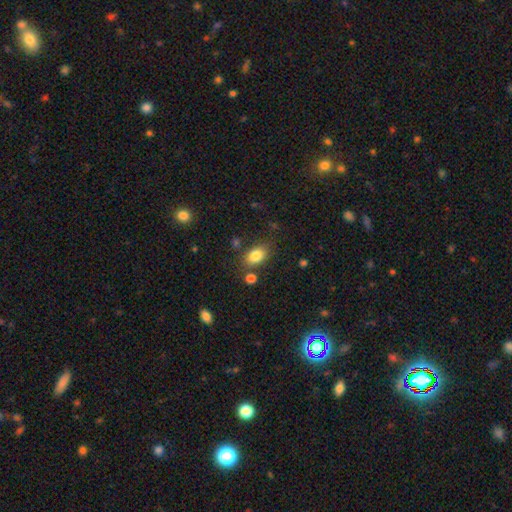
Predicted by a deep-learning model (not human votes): This is clearly a smooth galaxy (83%). How rounded: clearly in between (83%). Merging: likely none (75%).